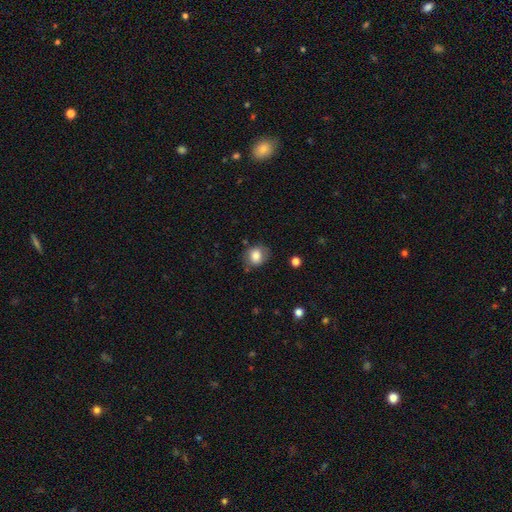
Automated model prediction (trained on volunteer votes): A smooth galaxy with no disk features (80%) that is round (62%).

Vote fractions:
- Smooth or featured? smooth: 80% / featured or disk: 11% / star or artifact: 9%
- How rounded? round: 62% / in between: 37% / cigar-shaped: 1%
- Merging? none: 73% / minor disturbance: 19% / major disturbance: 6% / merger: 2%